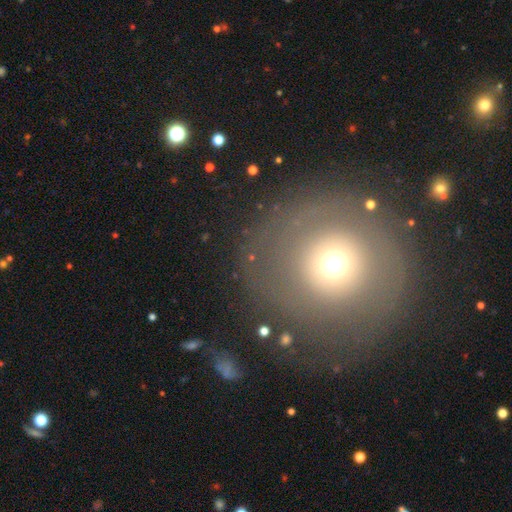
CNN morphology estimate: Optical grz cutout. It shows a smooth galaxy with no disk features (50%) that is round (94%). Merging: none (79%).